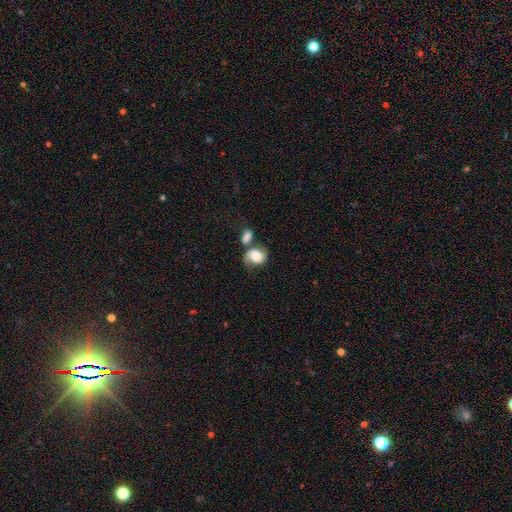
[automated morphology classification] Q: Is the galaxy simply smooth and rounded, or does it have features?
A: smooth — 56%.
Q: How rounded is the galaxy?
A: in between — 50%.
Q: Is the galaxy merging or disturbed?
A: merger — 43%.